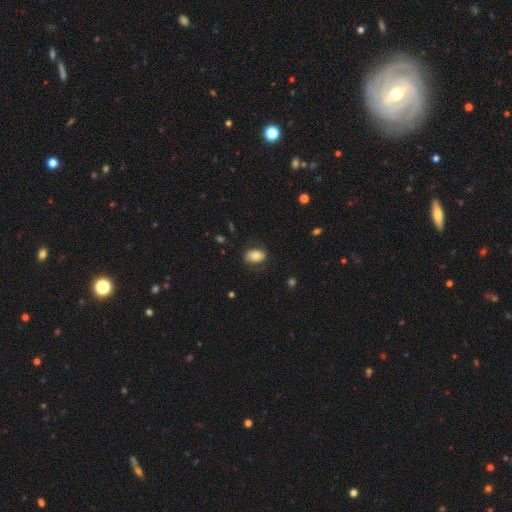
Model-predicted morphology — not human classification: Q: Smooth or featured?
A: smooth (67%); runner-up: featured or disk (25%)
Q: How rounded?
A: in between (86%); runner-up: round (12%)
Q: Merging?
A: none (71%); runner-up: minor disturbance (19%)